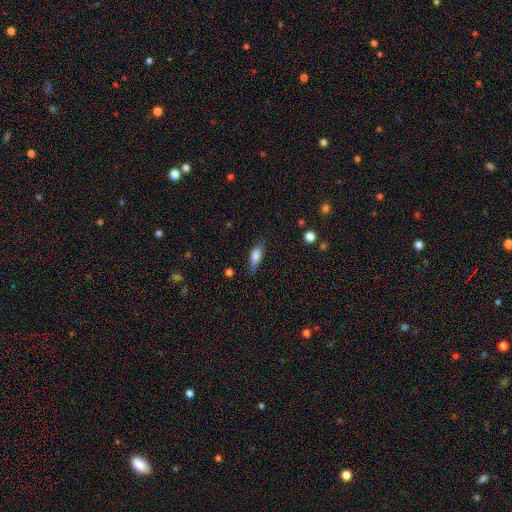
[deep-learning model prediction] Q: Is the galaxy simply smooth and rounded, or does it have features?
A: smooth — 79%.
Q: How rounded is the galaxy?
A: in between — 73%.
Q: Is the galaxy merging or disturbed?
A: none — 75%.